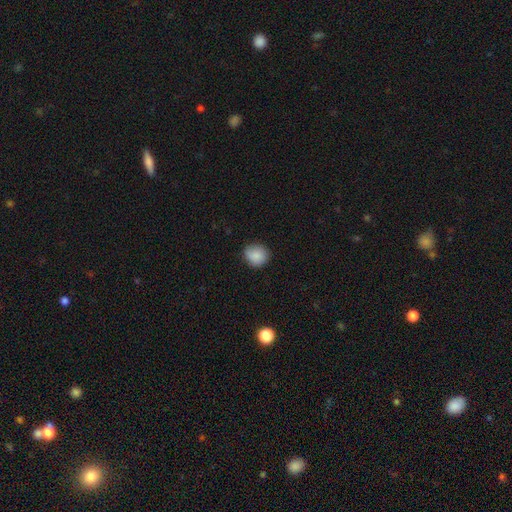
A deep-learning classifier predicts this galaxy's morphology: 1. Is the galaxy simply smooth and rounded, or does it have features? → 87% smooth, 8% star or artifact, 4% featured or disk.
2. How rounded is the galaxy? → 81% round, 18% in between, 1% cigar-shaped.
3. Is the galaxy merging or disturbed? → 82% none, 14% minor disturbance, 3% major disturbance, 1% merger.